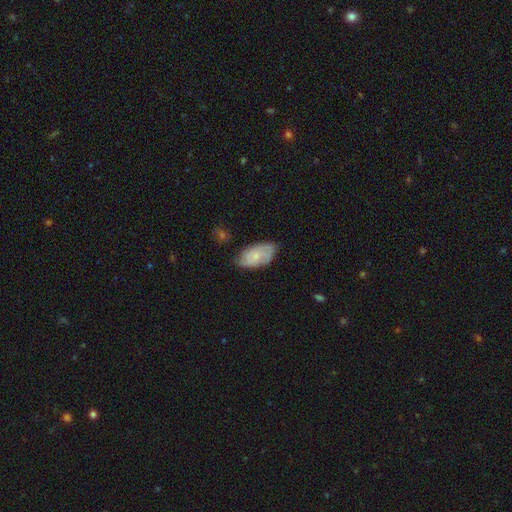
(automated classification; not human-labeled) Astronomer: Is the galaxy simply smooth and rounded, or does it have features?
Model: smooth — 49% (runner-up: featured or disk, 44%).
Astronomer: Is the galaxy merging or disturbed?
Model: none — 62%.